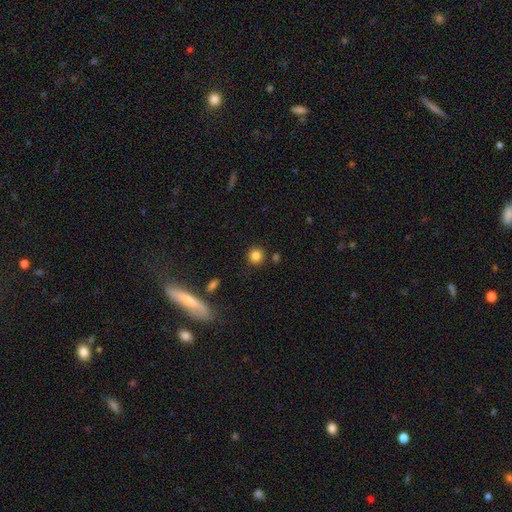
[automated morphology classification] Q: Smooth or featured?
A: smooth (83%); runner-up: star or artifact (11%)
Q: How rounded?
A: round (92%); runner-up: in between (7%)
Q: Merging?
A: none (86%); runner-up: minor disturbance (8%)